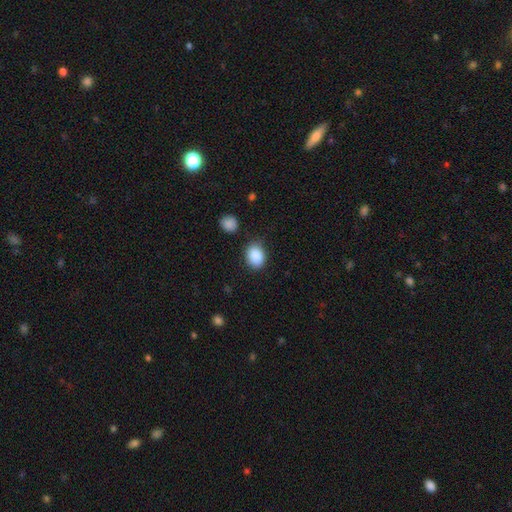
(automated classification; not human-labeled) A smooth galaxy with no disk features (88%) that is in between round and cigar-shaped (66%).

Vote fractions:
- Smooth or featured? smooth: 88% / star or artifact: 8% / featured or disk: 4%
- How rounded? in between: 66% / round: 33% / cigar-shaped: 1%
- Merging? none: 79% / minor disturbance: 14% / major disturbance: 4% / merger: 3%